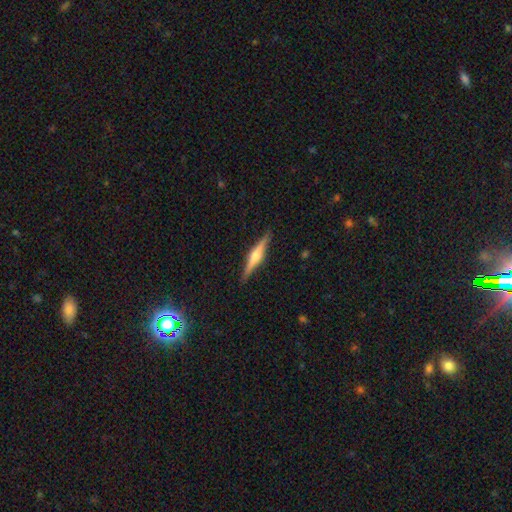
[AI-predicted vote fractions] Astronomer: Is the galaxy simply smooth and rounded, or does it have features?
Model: featured or disk — 72%.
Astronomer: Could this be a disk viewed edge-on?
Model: yes — 98%.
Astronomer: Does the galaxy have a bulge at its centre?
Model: rounded — 86%.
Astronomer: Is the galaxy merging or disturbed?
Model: none — 90%.